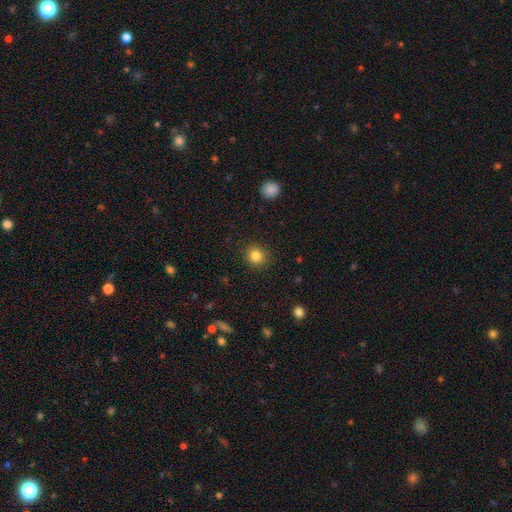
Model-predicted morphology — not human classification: Smooth or featured: smooth — 83% (star or artifact — 11%)
How rounded: round — 87% (in between — 12%)
Merging: none — 90% (minor disturbance — 7%)